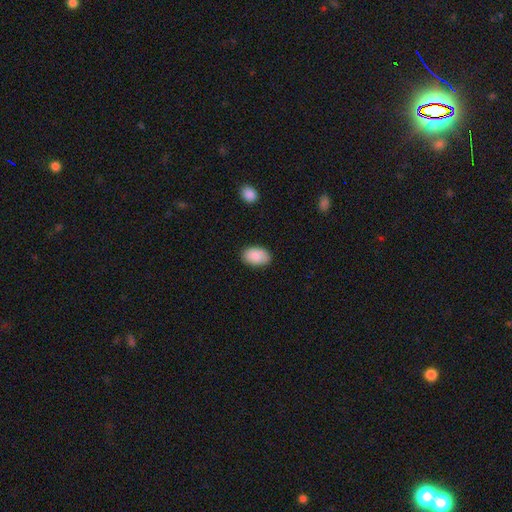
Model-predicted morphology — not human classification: This is clearly a smooth galaxy (89%). How rounded: clearly in between (90%). Merging: clearly none (82%).